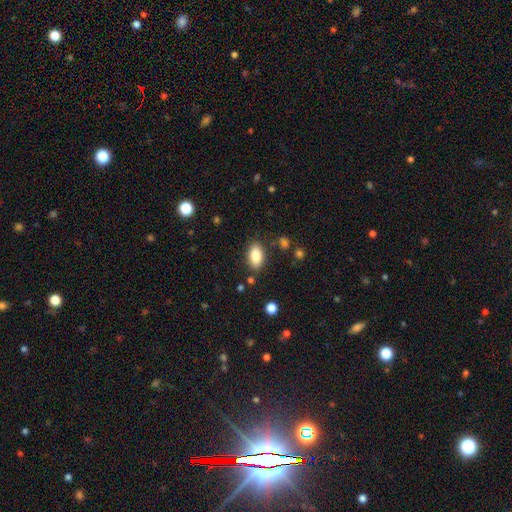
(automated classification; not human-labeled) Overall: smooth (85%). How rounded: in between (92%). Merging: none (84%).